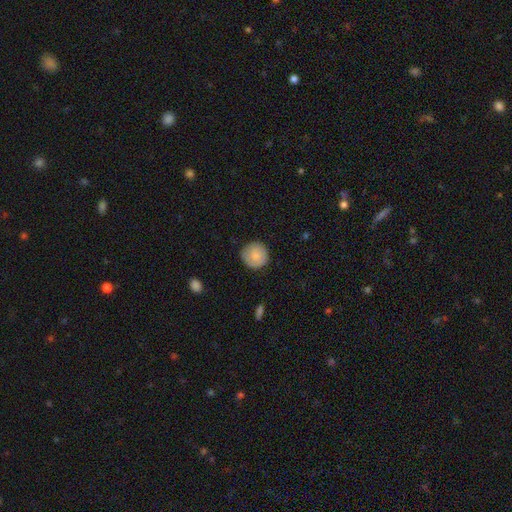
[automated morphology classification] Smooth or featured? Predicted: smooth (p=0.83). How rounded? Predicted: round (p=0.95). Merging? Predicted: none (p=0.87).